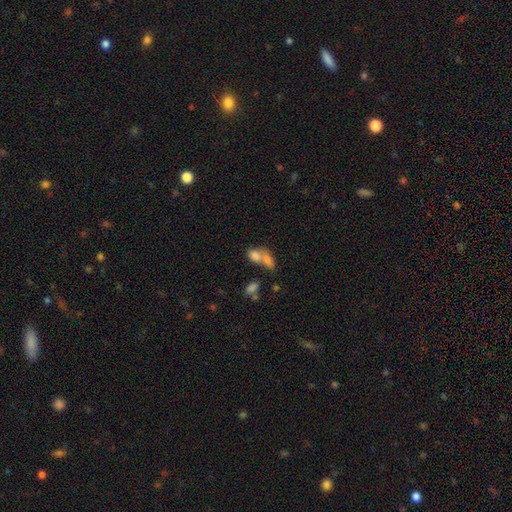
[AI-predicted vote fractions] Smooth or featured?
  - smooth: 77% *
  - featured or disk: 13%
  - star or artifact: 10%
How rounded?
  - in between: 84% *
  - round: 12%
  - cigar-shaped: 4%
Merging?
  - merger: 62% *
  - none: 24%
  - minor disturbance: 8%
  - major disturbance: 6%